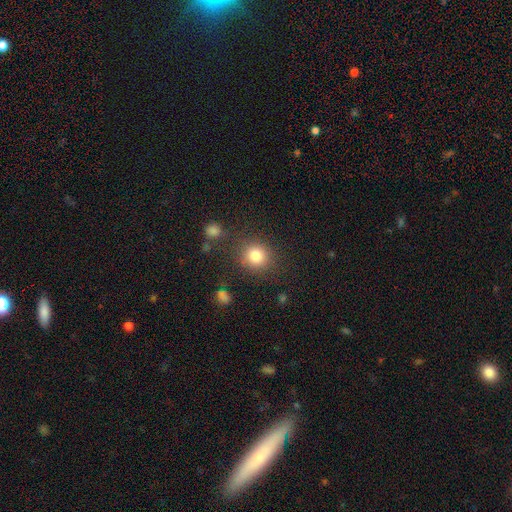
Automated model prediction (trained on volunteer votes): Smooth or featured? smooth (83%)
How rounded? round (87%)
Merging? none (80%)